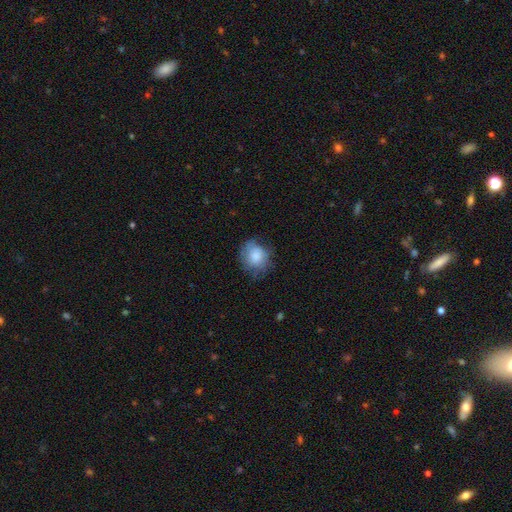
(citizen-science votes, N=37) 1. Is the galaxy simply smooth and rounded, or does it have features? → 76% smooth, 22% featured or disk, 3% star or artifact.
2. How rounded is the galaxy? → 71% round, 29% in between, 0% cigar-shaped.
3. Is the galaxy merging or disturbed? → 58% none, 31% minor disturbance, 11% major disturbance, 0% merger.